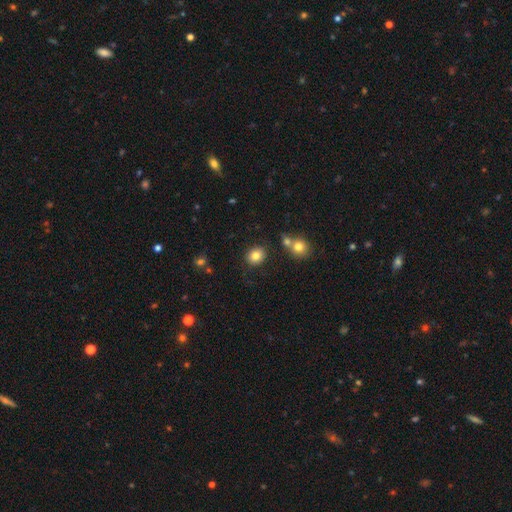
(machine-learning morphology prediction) A smooth galaxy with no disk features (81%) that is round (63%).

Vote fractions:
- Smooth or featured? smooth: 81% / star or artifact: 11% / featured or disk: 8%
- How rounded? round: 63% / in between: 36% / cigar-shaped: 1%
- Merging? none: 84% / minor disturbance: 8% / merger: 5% / major disturbance: 3%